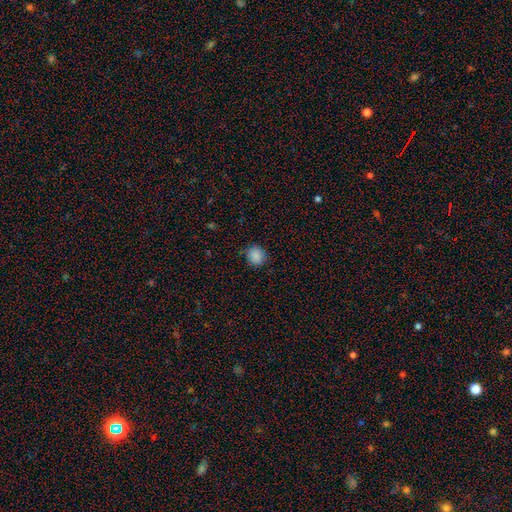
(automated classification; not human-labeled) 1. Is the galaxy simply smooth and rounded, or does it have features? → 87% smooth, 10% star or artifact, 3% featured or disk.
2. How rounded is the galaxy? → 83% round, 16% in between, 1% cigar-shaped.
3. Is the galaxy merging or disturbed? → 86% none, 10% minor disturbance, 3% major disturbance, 1% merger.